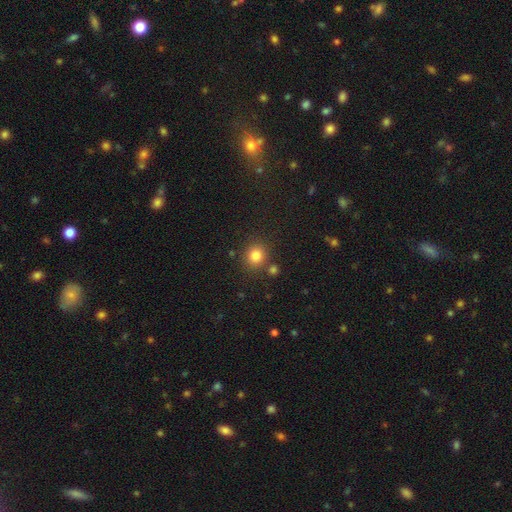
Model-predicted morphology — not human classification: type=smooth (82%); roundness=round (83%); merging=none (80%).